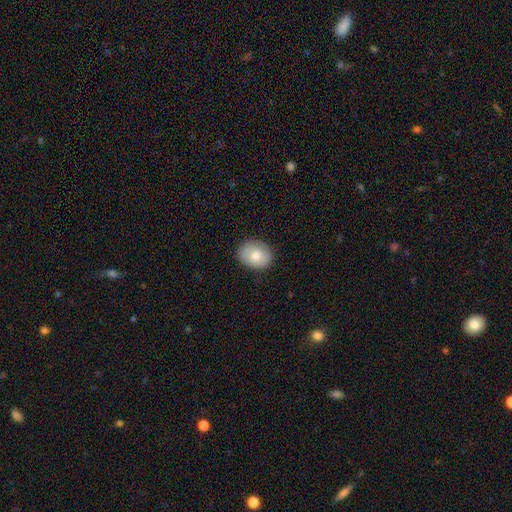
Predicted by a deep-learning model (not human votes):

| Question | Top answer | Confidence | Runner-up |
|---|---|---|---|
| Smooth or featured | smooth | 76% | featured or disk (17%) |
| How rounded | in between | 50% | round (49%) |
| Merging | none | 87% | minor disturbance (10%) |